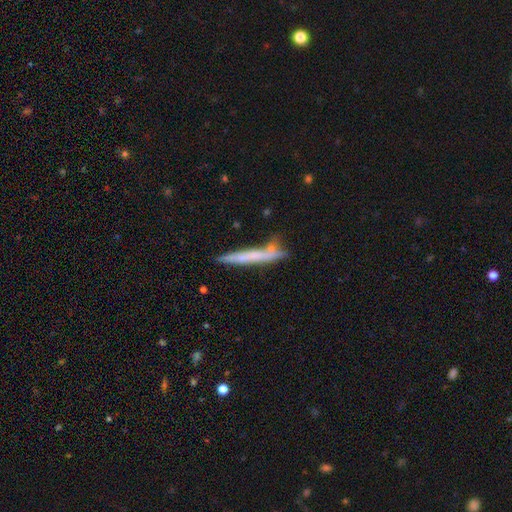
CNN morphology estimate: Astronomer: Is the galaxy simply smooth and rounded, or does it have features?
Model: smooth — 54% (runner-up: featured or disk, 40%).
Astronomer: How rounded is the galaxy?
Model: cigar-shaped — 95%.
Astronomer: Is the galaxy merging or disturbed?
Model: none — 63%.